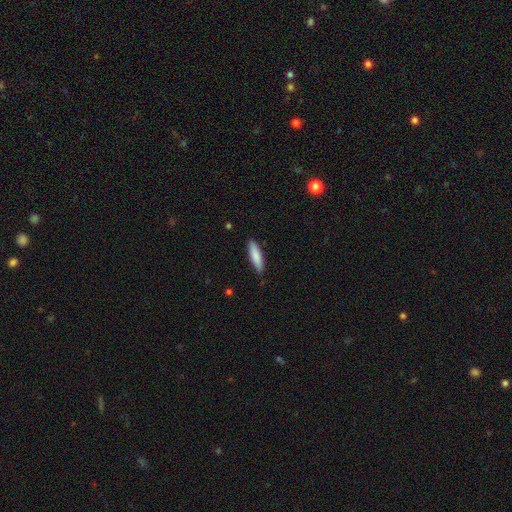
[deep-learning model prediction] This appears to be a smooth galaxy with no disk features (83%) that is cigar-shaped (71%). Merging: none (88%).